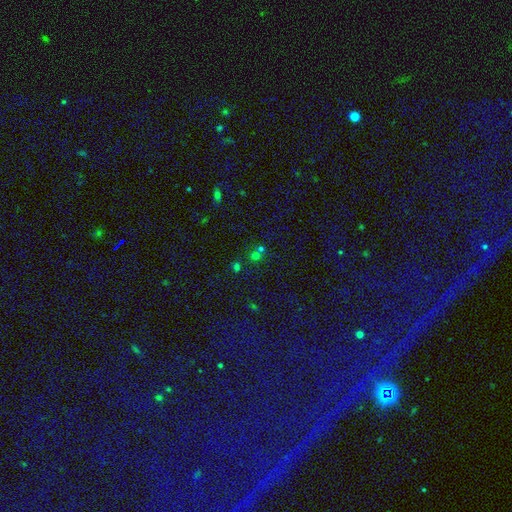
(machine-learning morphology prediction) Overall: smooth (52%; star or artifact 37%). How rounded: round (83%). Merging: none (54%; merger 35%).